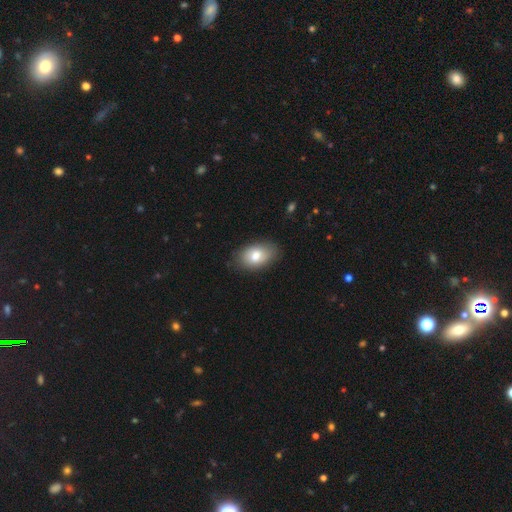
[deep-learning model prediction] Smooth or featured?
  - smooth: 77% *
  - featured or disk: 15%
  - star or artifact: 7%
How rounded?
  - in between: 90% *
  - round: 9%
  - cigar-shaped: 1%
Merging?
  - none: 81% *
  - minor disturbance: 15%
  - major disturbance: 3%
  - merger: 1%